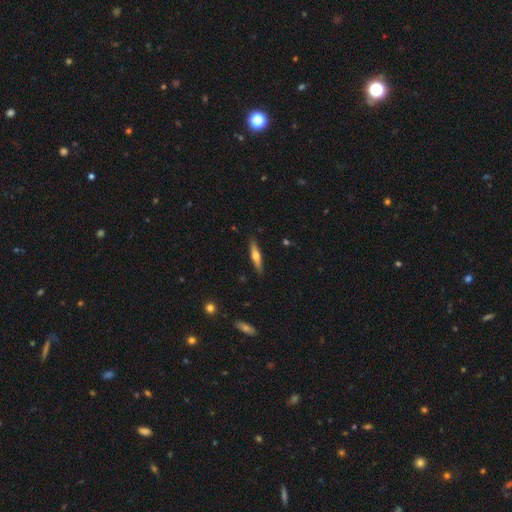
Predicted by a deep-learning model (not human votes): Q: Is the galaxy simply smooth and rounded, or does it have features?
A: featured or disk — 51%.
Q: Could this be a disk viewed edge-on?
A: yes — 94%.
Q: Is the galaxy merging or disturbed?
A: none — 89%.